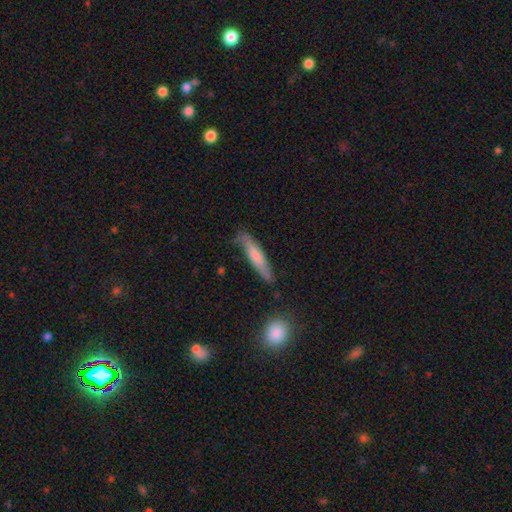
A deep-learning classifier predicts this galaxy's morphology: type=smooth (59%); roundness=cigar-shaped (89%); merging=none (74%).